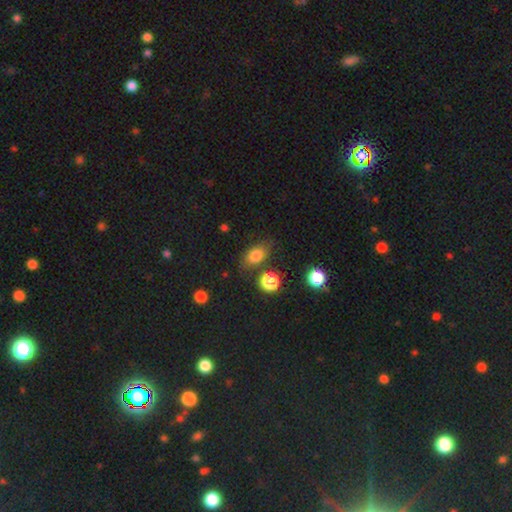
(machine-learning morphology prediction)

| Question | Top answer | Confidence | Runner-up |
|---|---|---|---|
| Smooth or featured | smooth | 79% | star or artifact (12%) |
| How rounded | in between | 76% | round (20%) |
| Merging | none | 76% | minor disturbance (15%) |